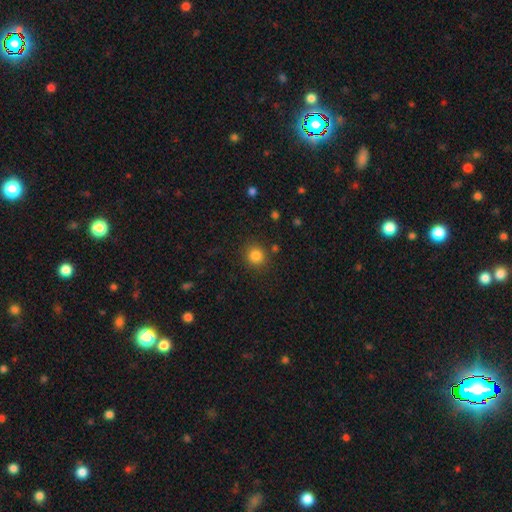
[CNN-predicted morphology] Smooth or featured? smooth (83%)
How rounded? round (91%)
Merging? none (86%)